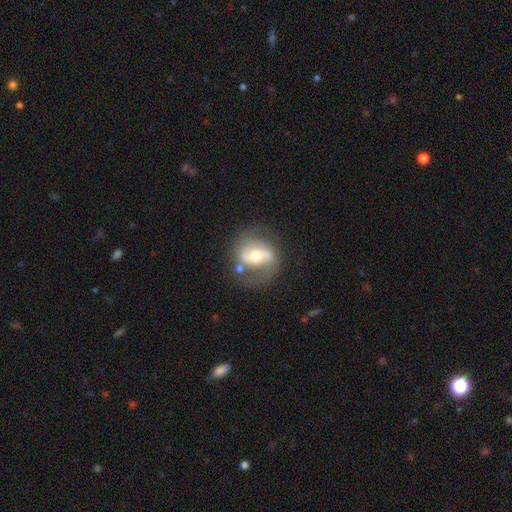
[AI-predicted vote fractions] A featured or disk galaxy (74%) with a weak bar (38%), 2 (82%) medium (44%) spiral arms (82%) and a moderate central bulge (68%). Merging: none (59%).